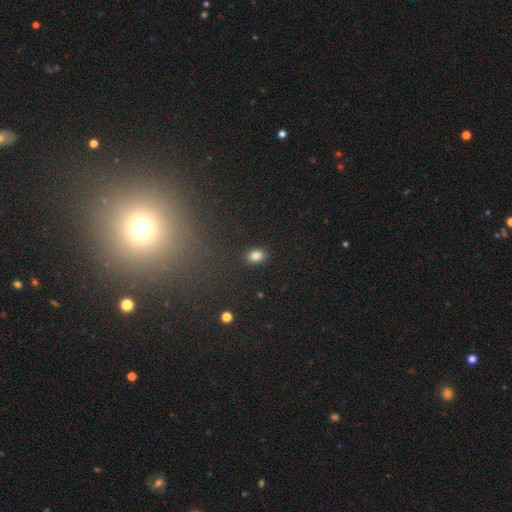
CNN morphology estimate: A smooth galaxy with no disk features (85%) that is in between round and cigar-shaped (73%).

Vote fractions:
- Smooth or featured? smooth: 85% / star or artifact: 11% / featured or disk: 5%
- How rounded? in between: 73% / round: 25% / cigar-shaped: 1%
- Merging? none: 88% / minor disturbance: 8% / major disturbance: 2% / merger: 1%